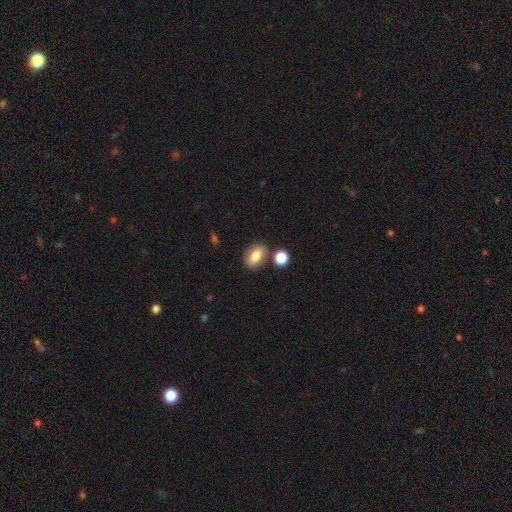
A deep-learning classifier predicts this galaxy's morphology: smooth_or_featured: smooth (p=0.80) [alt: featured or disk p=0.12]
how_rounded: in between (p=0.84) [alt: round p=0.14]
merging: none (p=0.75) [alt: minor disturbance p=0.12]